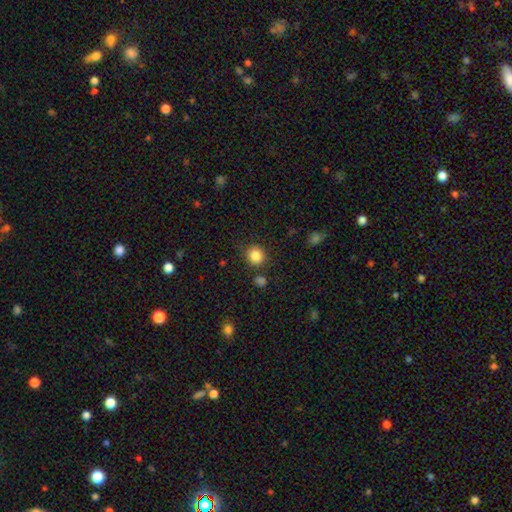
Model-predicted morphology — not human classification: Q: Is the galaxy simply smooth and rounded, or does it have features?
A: smooth — 86%.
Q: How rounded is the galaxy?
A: round — 87%.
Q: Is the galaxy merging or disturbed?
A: none — 83%.